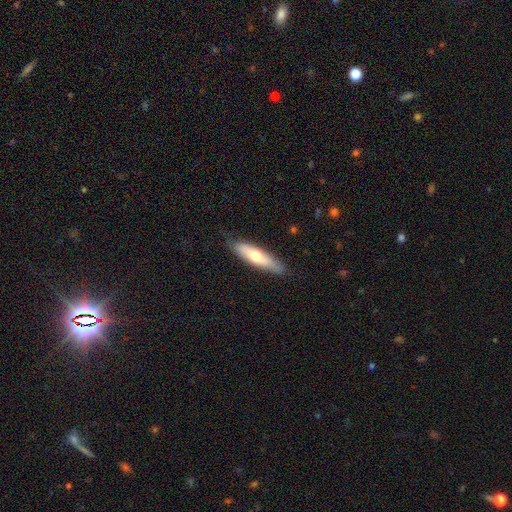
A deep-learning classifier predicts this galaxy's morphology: This appears to be a smooth galaxy with no disk features (57%) that is cigar-shaped (69%). Merging: none (80%).